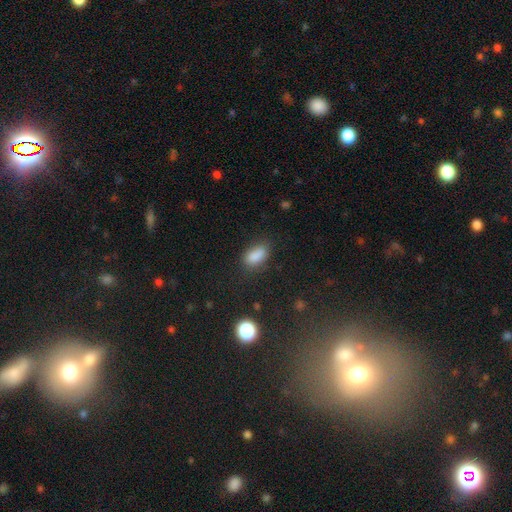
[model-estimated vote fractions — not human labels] smooth-or-featured: smooth: 85% | star or artifact: 10% | featured or disk: 5%
  how-rounded: in between: 89% | round: 6% | cigar-shaped: 6%
  merging: none: 73% | minor disturbance: 19% | major disturbance: 5% | merger: 3%